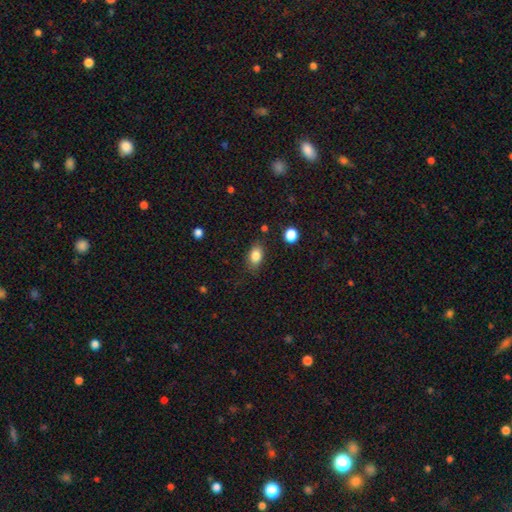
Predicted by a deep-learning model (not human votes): Q: Smooth or featured?
A: smooth (84%); runner-up: star or artifact (9%)
Q: How rounded?
A: in between (84%); runner-up: round (14%)
Q: Merging?
A: none (80%); runner-up: minor disturbance (14%)